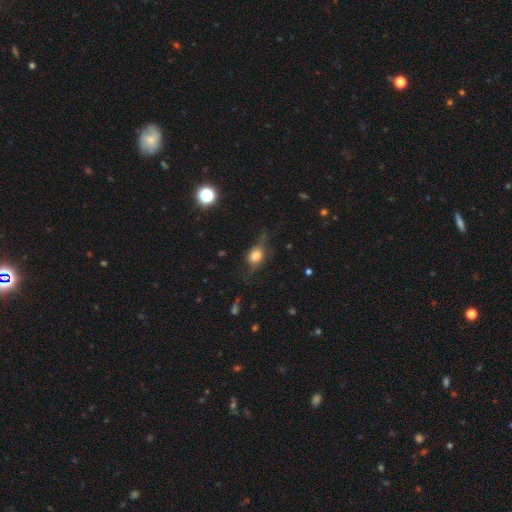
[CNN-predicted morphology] This is likely a smooth galaxy (63%). How rounded: possibly in between (56%). Merging: possibly none (54%).